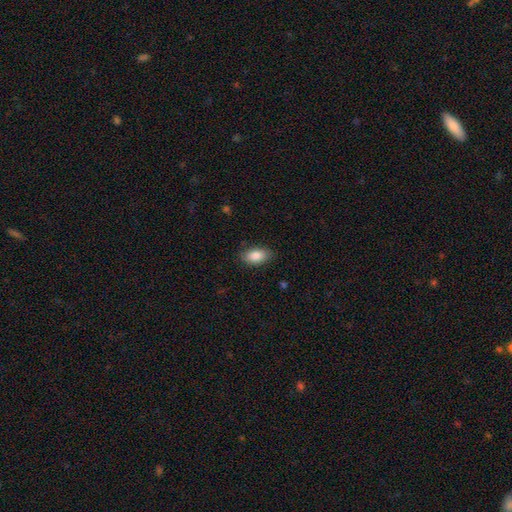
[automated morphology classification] A smooth galaxy with no disk features (87%) that is in between round and cigar-shaped (93%). Merging: none (84%).